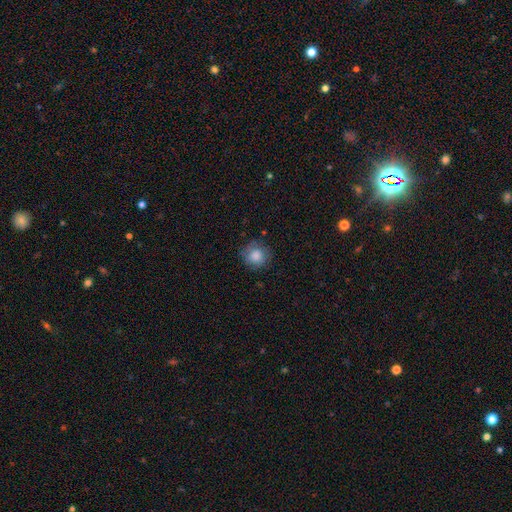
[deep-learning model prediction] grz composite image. It shows a smooth galaxy with no disk features (81%) that is round (91%). Merging: none (78%).